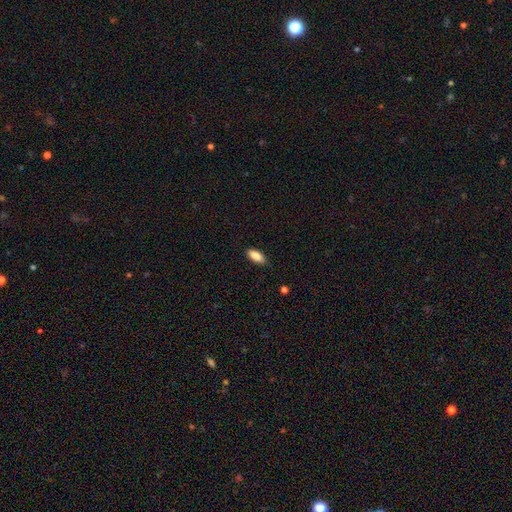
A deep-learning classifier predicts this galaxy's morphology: A smooth galaxy with no disk features (85%) that is in between round and cigar-shaped (83%). Merging: none (86%).